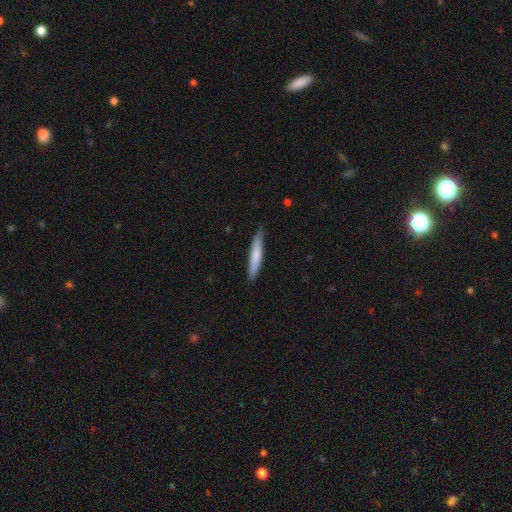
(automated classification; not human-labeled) The model was most divided on "smooth or featured": smooth: 74%, featured or disk: 21%, star or artifact: 5%. More confident: how rounded — cigar-shaped (93%); merging — none (85%).